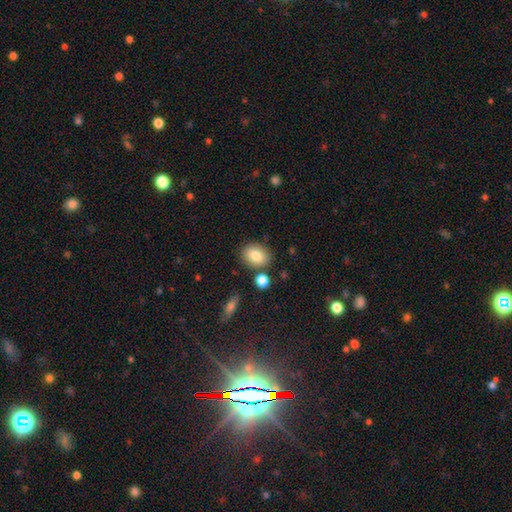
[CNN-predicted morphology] Smooth or featured: smooth — 81% (featured or disk — 10%)
How rounded: in between — 68% (round — 31%)
Merging: none — 79% (minor disturbance — 11%)